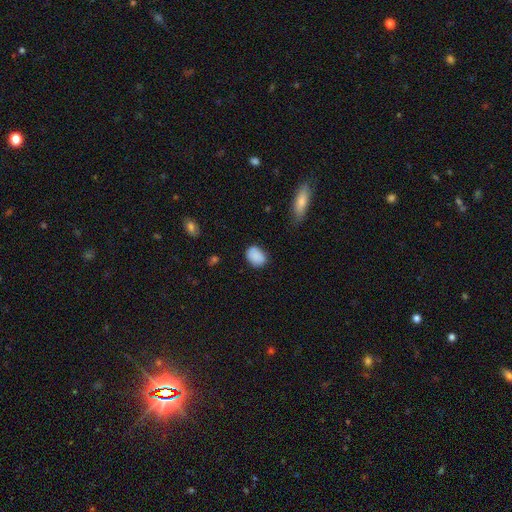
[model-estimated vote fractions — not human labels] Smooth or featured?
  - smooth: 87% *
  - star or artifact: 8%
  - featured or disk: 5%
How rounded?
  - in between: 71% *
  - round: 28%
  - cigar-shaped: 1%
Merging?
  - none: 76% *
  - minor disturbance: 19%
  - major disturbance: 3%
  - merger: 2%